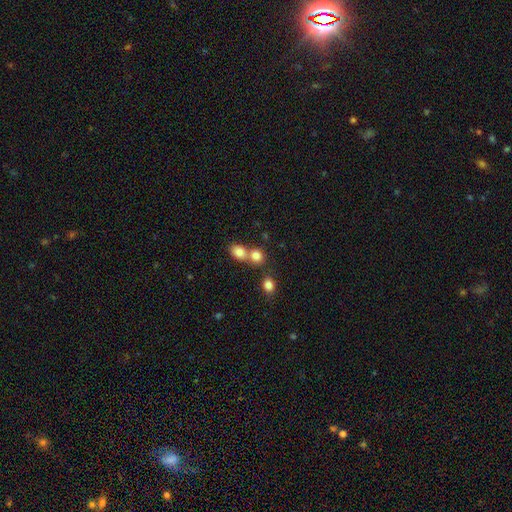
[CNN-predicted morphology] smooth-or-featured: smooth: 81% | star or artifact: 11% | featured or disk: 8%
  how-rounded: round: 71% | in between: 28% | cigar-shaped: 1%
  merging: merger: 49% | none: 42% | minor disturbance: 7% | major disturbance: 3%